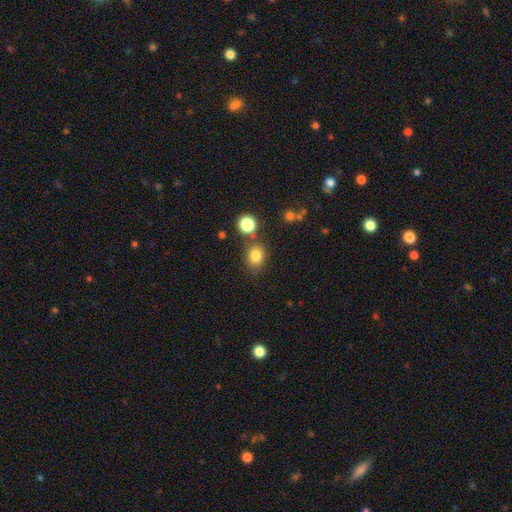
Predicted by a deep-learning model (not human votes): smooth_or_featured: smooth (p=0.81) [alt: star or artifact p=0.13]
how_rounded: round (p=0.64) [alt: in between p=0.35]
merging: none (p=0.72) [alt: minor disturbance p=0.13]